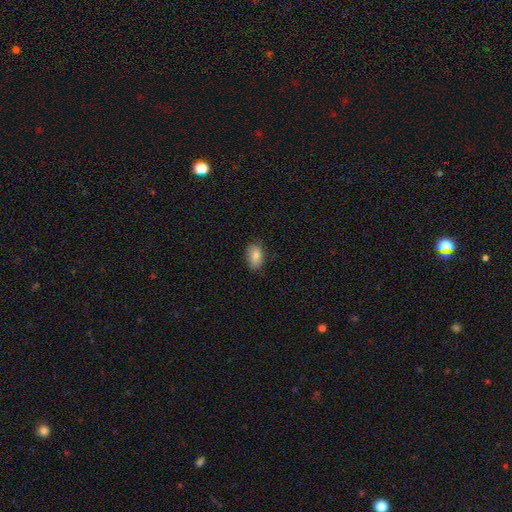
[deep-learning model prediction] Smooth or featured: smooth — 82% (featured or disk — 10%)
How rounded: in between — 89% (round — 10%)
Merging: none — 80% (minor disturbance — 16%)